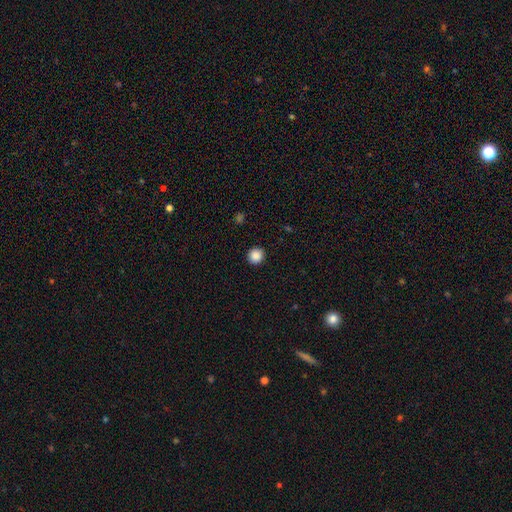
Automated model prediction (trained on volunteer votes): Smooth or featured? smooth (88%)
How rounded? round (93%)
Merging? none (93%)